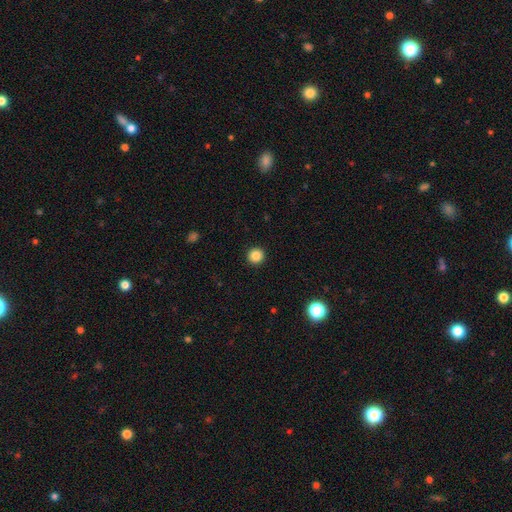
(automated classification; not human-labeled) smooth_or_featured: smooth (p=0.86) [alt: star or artifact p=0.11]
how_rounded: round (p=0.95) [alt: in between p=0.04]
merging: none (p=0.93) [alt: minor disturbance p=0.04]